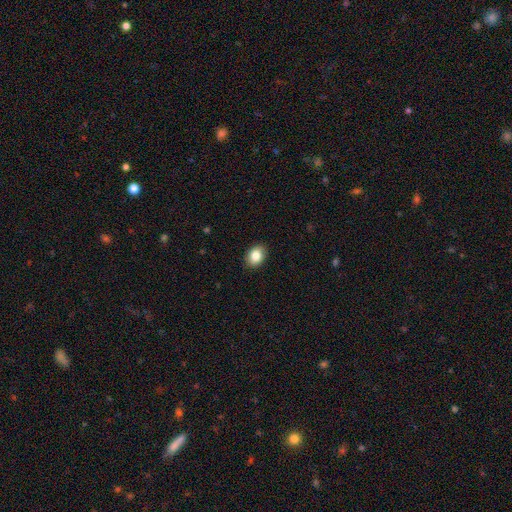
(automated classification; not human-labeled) Smooth or featured? smooth (84%)
How rounded? in between (70%)
Merging? none (89%)